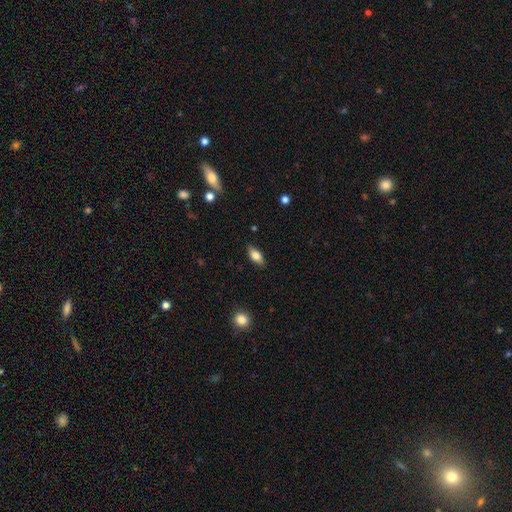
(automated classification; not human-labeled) The model was most divided on "smooth or featured": smooth: 72%, featured or disk: 21%, star or artifact: 7%. More confident: merging — none (84%); how rounded — in between (81%).